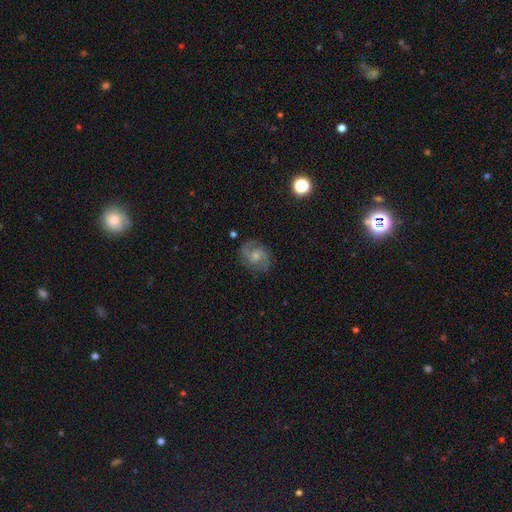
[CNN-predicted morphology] This is likely a featured or disk galaxy (79%). It is clearly not viewed edge-on (98%). Bar: possibly no (56%). Spiral arm pattern: clearly yes (96%). Spiral arm count: clearly 2 (84%). Spiral winding: possibly medium (54%). Central bulge: possibly small (49%). Merging: likely none (80%).